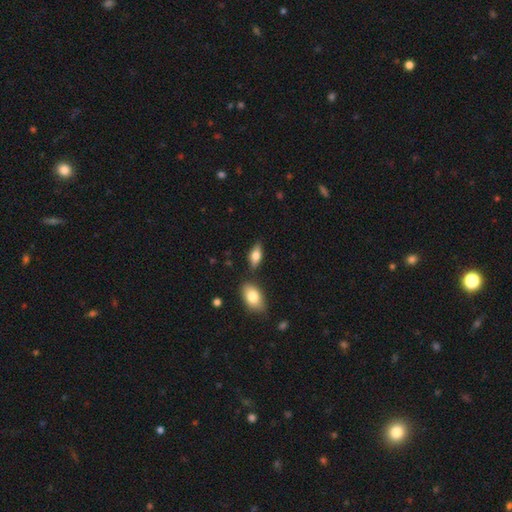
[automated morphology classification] The model was most divided on "smooth or featured": smooth: 66%, featured or disk: 27%, star or artifact: 7%. More confident: how rounded — in between (80%); merging — none (79%).